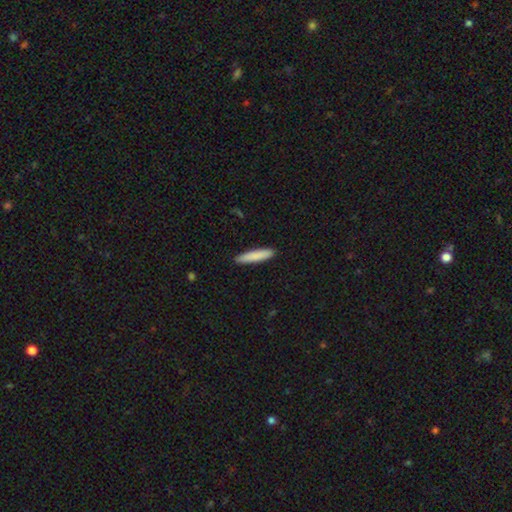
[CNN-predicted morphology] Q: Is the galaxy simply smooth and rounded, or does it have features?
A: smooth — 85%.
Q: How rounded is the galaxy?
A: cigar-shaped — 89%.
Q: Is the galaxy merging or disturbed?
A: none — 91%.